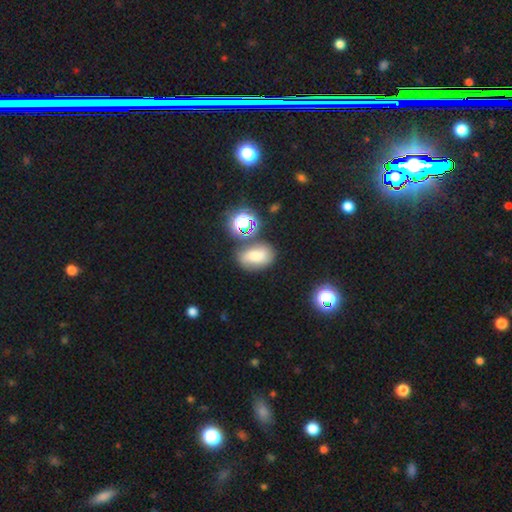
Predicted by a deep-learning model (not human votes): Overall: smooth (61%; star or artifact 22%). How rounded: in between (78%). Merging: none (63%).